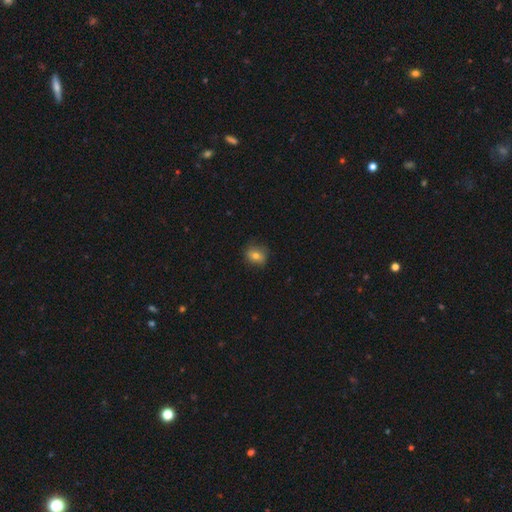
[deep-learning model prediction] smooth-or-featured: smooth: 74% | featured or disk: 15% | star or artifact: 11%
  how-rounded: round: 64% | in between: 35% | cigar-shaped: 1%
  merging: none: 78% | minor disturbance: 17% | major disturbance: 4% | merger: 1%